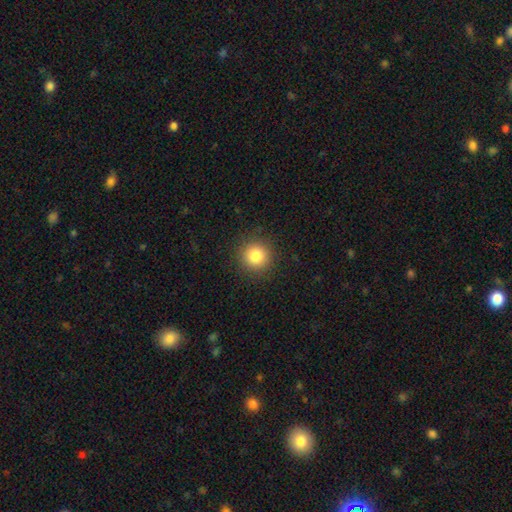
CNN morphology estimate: type=smooth (82%); roundness=round (94%); merging=none (91%).